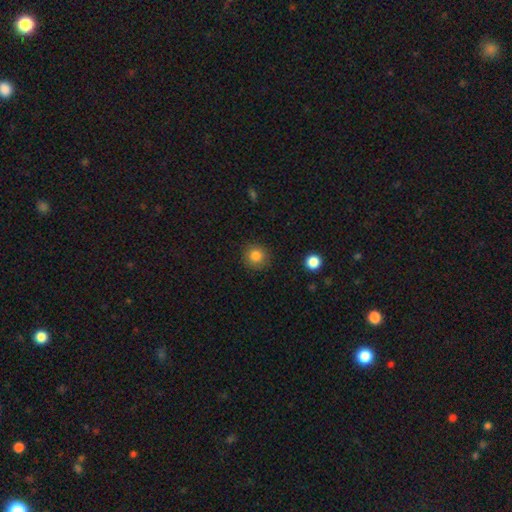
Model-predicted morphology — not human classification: Smooth or featured? Predicted: smooth (p=0.83). How rounded? Predicted: round (p=0.92). Merging? Predicted: none (p=0.88).